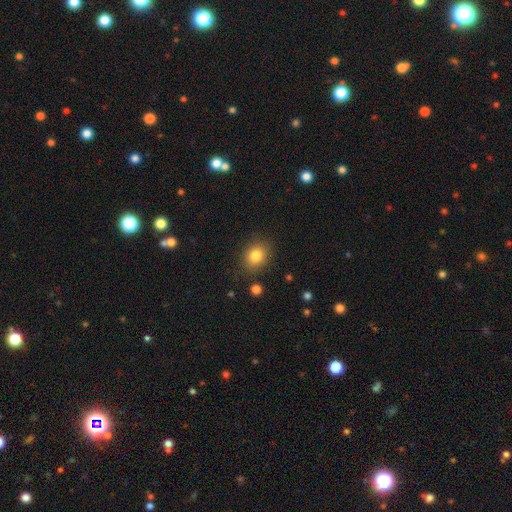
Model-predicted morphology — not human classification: Q: Smooth or featured?
A: smooth (83%); runner-up: star or artifact (10%)
Q: How rounded?
A: in between (50%); runner-up: round (49%)
Q: Merging?
A: none (83%); runner-up: minor disturbance (11%)